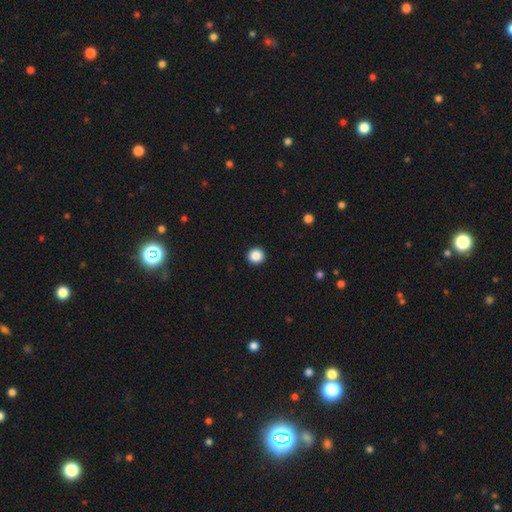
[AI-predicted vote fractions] Smooth or featured: smooth — 88% (star or artifact — 10%)
How rounded: round — 94% (in between — 5%)
Merging: none — 93% (minor disturbance — 4%)